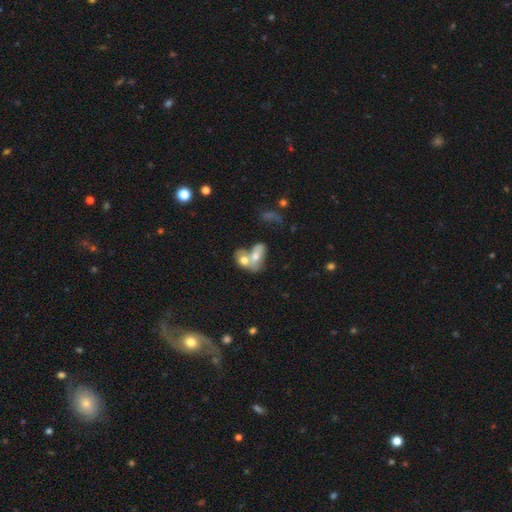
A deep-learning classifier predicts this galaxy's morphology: The model was most divided on "smooth or featured": smooth: 64%, featured or disk: 28%, star or artifact: 9%. More confident: how rounded — in between (80%); merging — merger (76%).